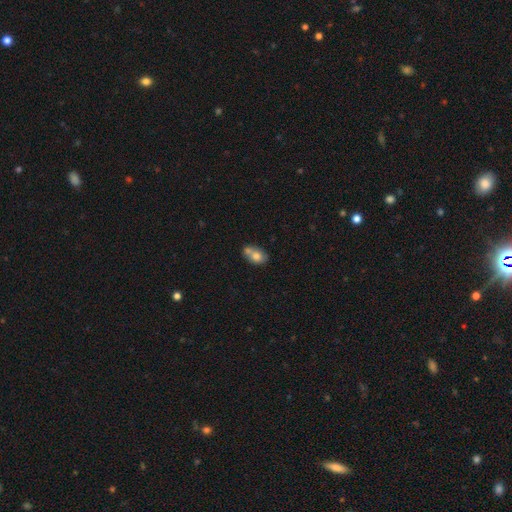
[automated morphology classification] A smooth galaxy with no disk features (73%) that is in between round and cigar-shaped (69%). Merging: merger (44%).